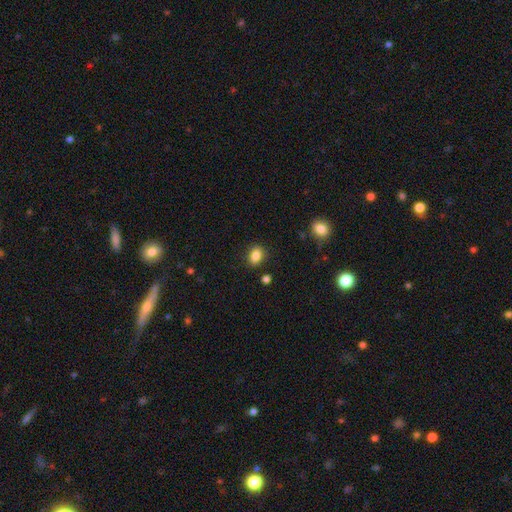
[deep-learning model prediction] Smooth or featured: smooth — 85% (star or artifact — 10%)
How rounded: in between — 64% (round — 35%)
Merging: none — 86% (minor disturbance — 9%)